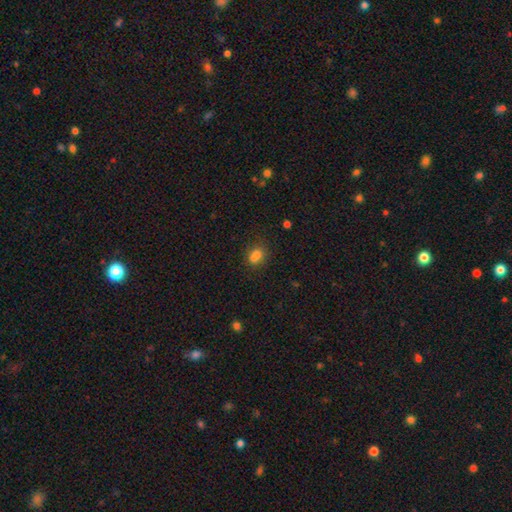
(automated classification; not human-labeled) A smooth galaxy with no disk features (75%) that is round (51%). Merging: none (46%).